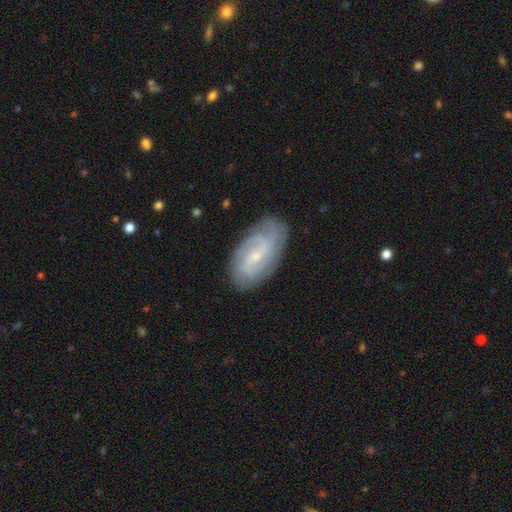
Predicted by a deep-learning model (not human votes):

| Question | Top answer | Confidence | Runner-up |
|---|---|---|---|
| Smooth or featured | featured or disk | 81% | smooth (13%) |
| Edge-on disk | no | 95% | yes (5%) |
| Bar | weak | 50% | no (35%) |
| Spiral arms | yes | 95% | no (5%) |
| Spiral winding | tight | 54% | medium (35%) |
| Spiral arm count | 2 | 35% | can't tell (30%) |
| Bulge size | small | 74% | moderate (21%) |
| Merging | none | 80% | minor disturbance (15%) |